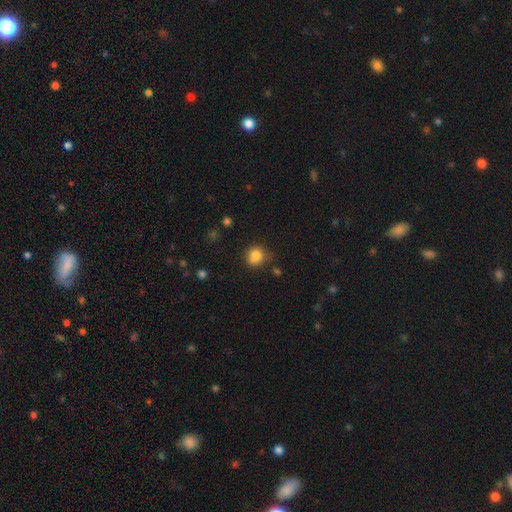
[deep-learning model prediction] This appears to be a smooth galaxy with no disk features (83%) that is round (79%). Merging: none (67%).